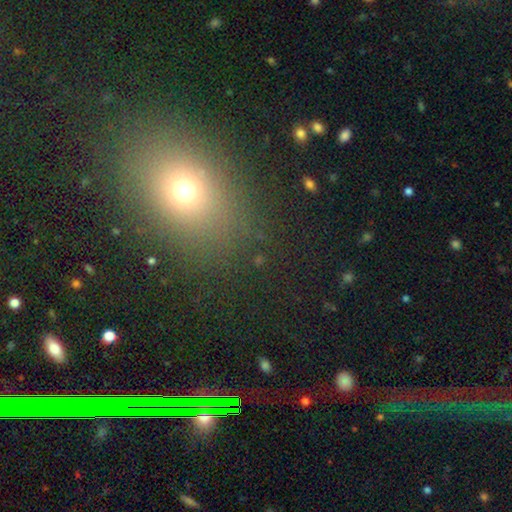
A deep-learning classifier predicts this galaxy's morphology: smooth-or-featured: smooth: 56% | star or artifact: 33% | featured or disk: 11%
  how-rounded: in between: 54% | round: 44% | cigar-shaped: 2%
  merging: none: 85% | minor disturbance: 8% | major disturbance: 5% | merger: 2%